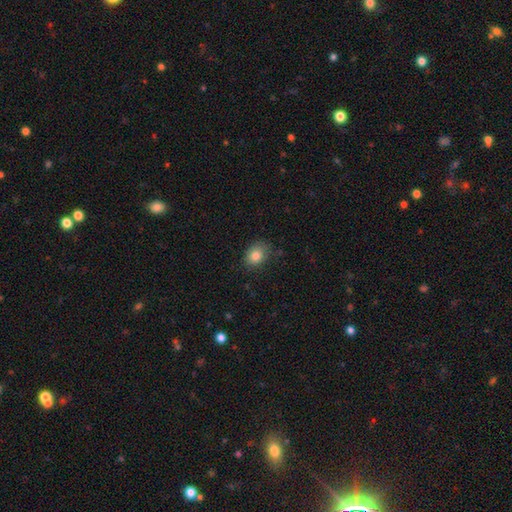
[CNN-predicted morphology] The model was most divided on "how rounded": in between: 60%, round: 39%, cigar-shaped: 1%. More confident: smooth or featured — smooth (82%); merging — none (79%).